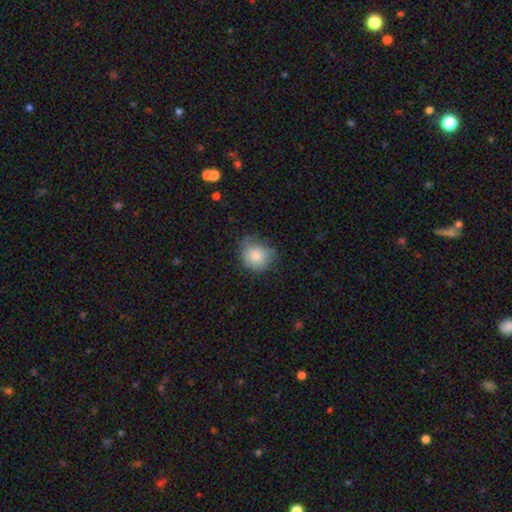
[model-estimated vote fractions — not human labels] Smooth or featured? smooth (79%)
How rounded? round (74%)
Merging? none (55%)